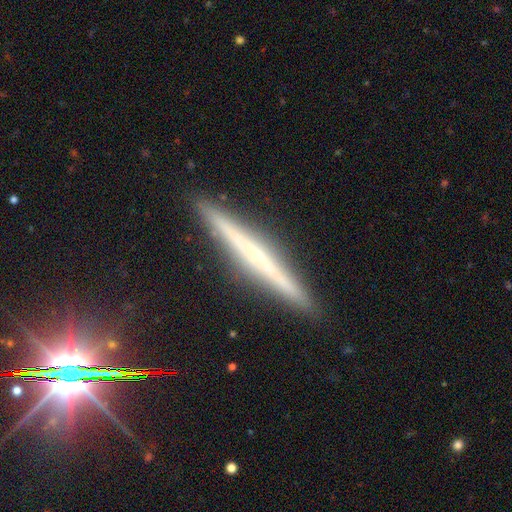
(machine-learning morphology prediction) This is likely a featured or disk galaxy (64%). It is clearly viewed edge-on (98%). Edge-on bulge: likely none (68%). Merging: clearly none (92%).